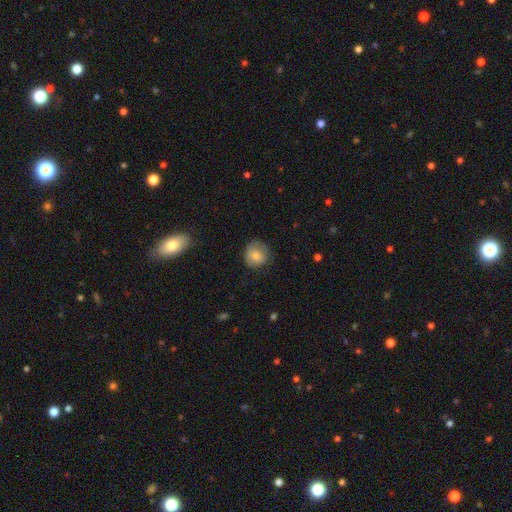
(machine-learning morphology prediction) This appears to be a smooth galaxy with no disk features (79%) that is round (85%). Merging: none (71%).